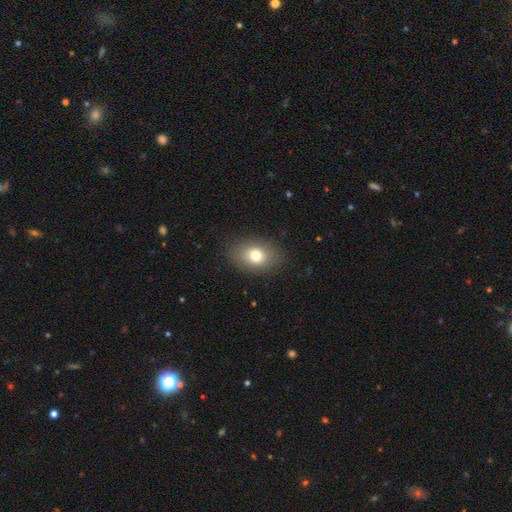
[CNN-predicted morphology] This is likely a smooth galaxy (76%). How rounded: likely in between (77%). Merging: clearly none (85%).